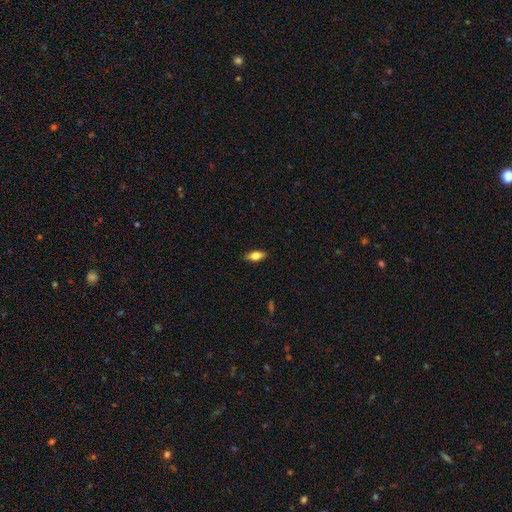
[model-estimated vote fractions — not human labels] This is likely a smooth galaxy (73%). How rounded: likely in between (79%). Merging: clearly none (88%).